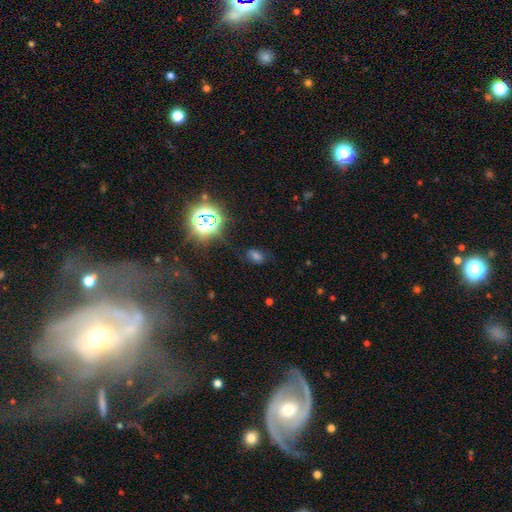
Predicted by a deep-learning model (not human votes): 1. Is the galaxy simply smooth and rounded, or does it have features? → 44% smooth, 42% star or artifact, 14% featured or disk.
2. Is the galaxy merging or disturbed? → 72% none, 17% minor disturbance, 8% major disturbance, 3% merger.